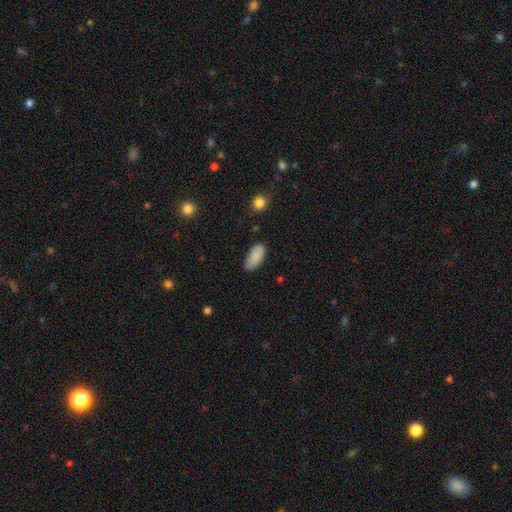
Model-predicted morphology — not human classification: Smooth or featured: smooth — 86% (featured or disk — 7%)
How rounded: in between — 91% (cigar-shaped — 7%)
Merging: none — 75% (minor disturbance — 20%)